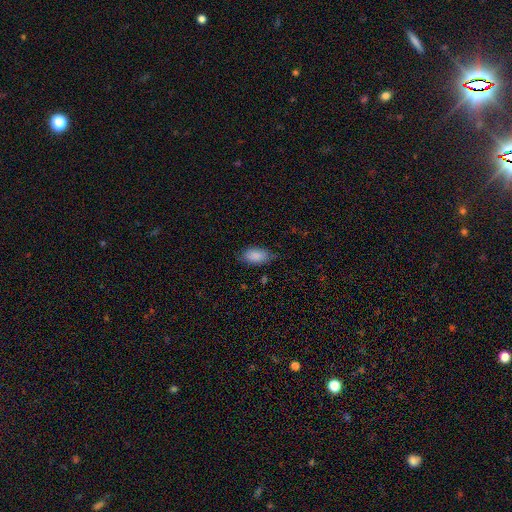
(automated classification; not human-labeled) Smooth or featured? Predicted: smooth (p=0.87). How rounded? Predicted: in between (p=0.92). Merging? Predicted: none (p=0.72).